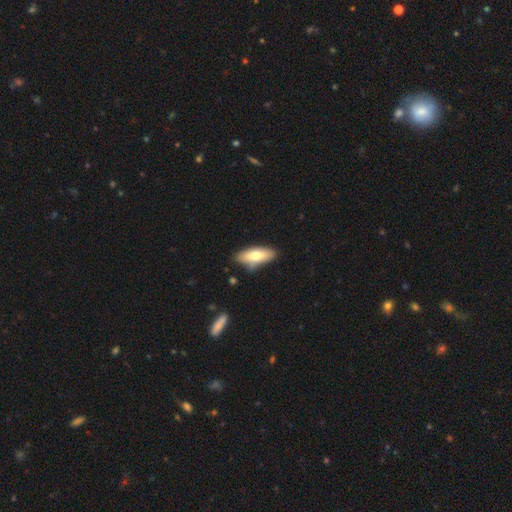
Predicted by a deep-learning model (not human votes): smooth-or-featured: smooth: 70% | featured or disk: 24% | star or artifact: 6%
  how-rounded: in between: 65% | cigar-shaped: 32% | round: 2%
  merging: none: 76% | minor disturbance: 17% | merger: 4% | major disturbance: 3%